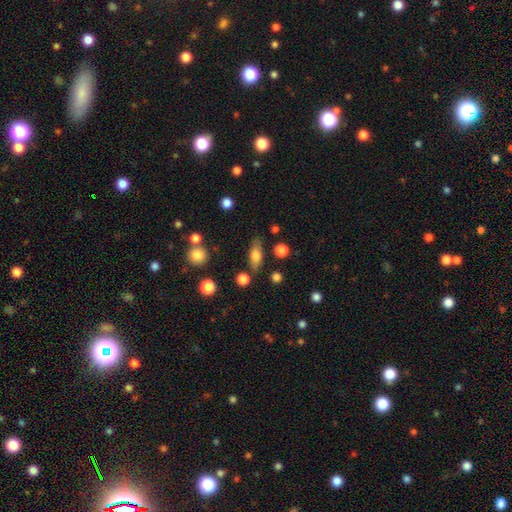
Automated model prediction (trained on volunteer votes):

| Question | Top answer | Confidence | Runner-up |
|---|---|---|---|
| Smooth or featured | smooth | 72% | featured or disk (20%) |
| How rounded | in between | 71% | cigar-shaped (23%) |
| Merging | none | 77% | minor disturbance (14%) |